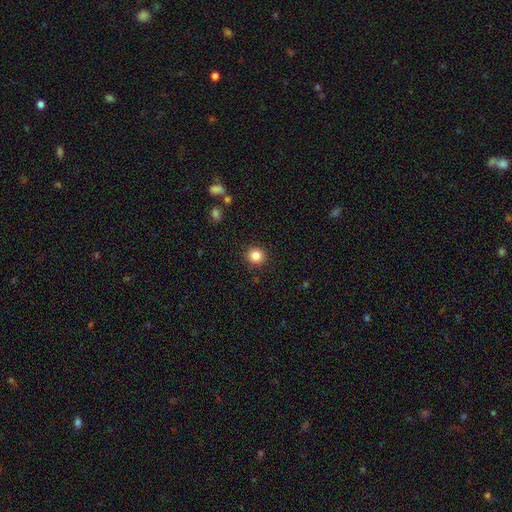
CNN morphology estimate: This appears to be a smooth galaxy with no disk features (85%) that is round (90%). Merging: none (91%).